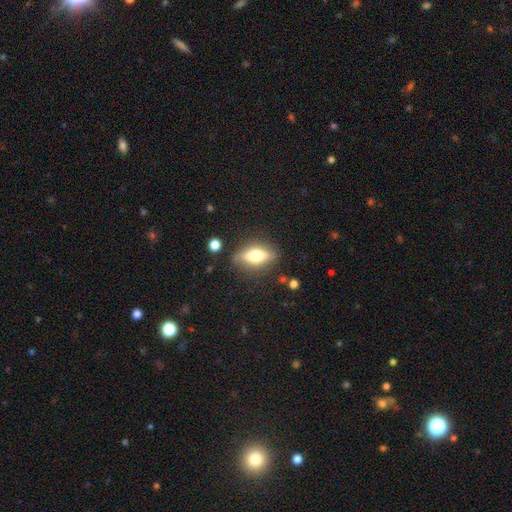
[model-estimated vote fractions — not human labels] Smooth or featured? Predicted: smooth (p=0.50). Merging? Predicted: none (p=0.80).